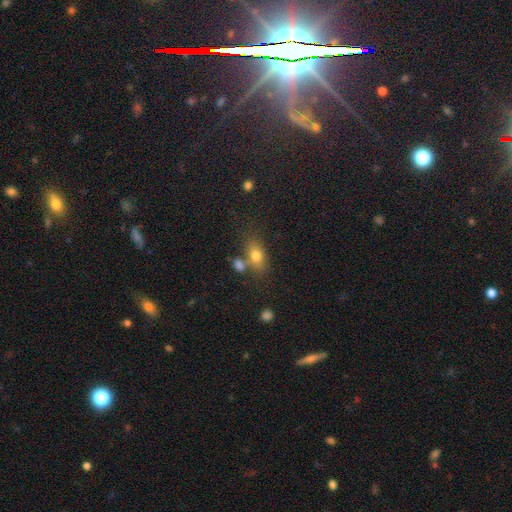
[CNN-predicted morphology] This is likely a smooth galaxy (76%). How rounded: likely in between (78%). Merging: possibly none (59%).